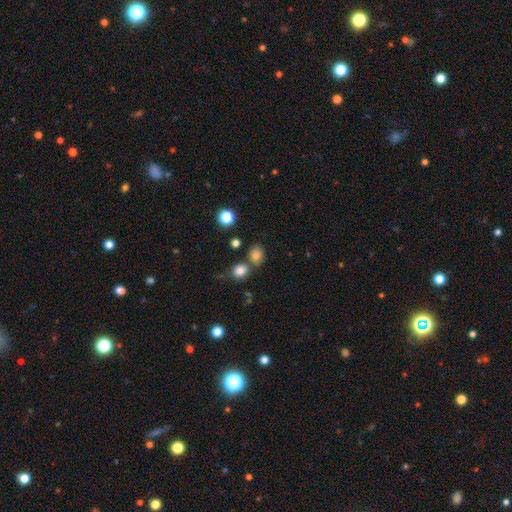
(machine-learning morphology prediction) A smooth galaxy with no disk features (78%) that is round (64%).

Vote fractions:
- Smooth or featured? smooth: 78% / star or artifact: 15% / featured or disk: 7%
- How rounded? round: 64% / in between: 35% / cigar-shaped: 1%
- Merging? none: 64% / merger: 20% / minor disturbance: 12% / major disturbance: 4%